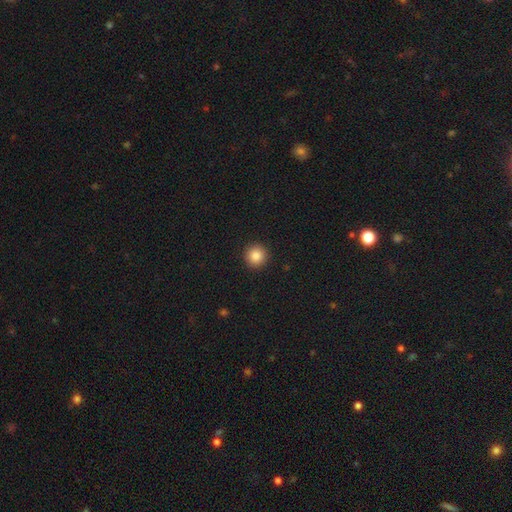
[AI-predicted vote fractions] Morphology: type=smooth (86%); roundness=round (95%); merging=none (93%).